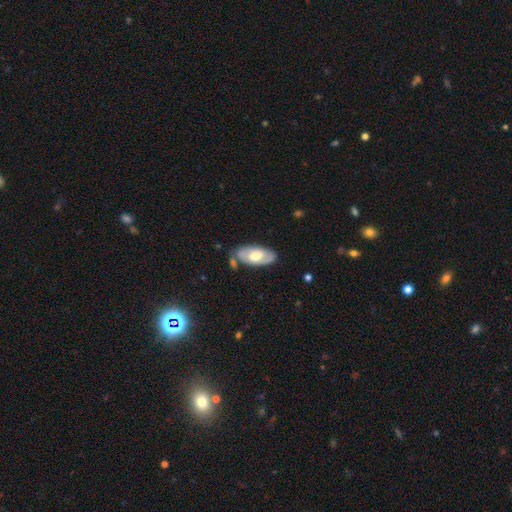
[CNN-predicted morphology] Smooth or featured? featured or disk (55%)
Edge-on disk? no (87%)
Merging? none (71%)